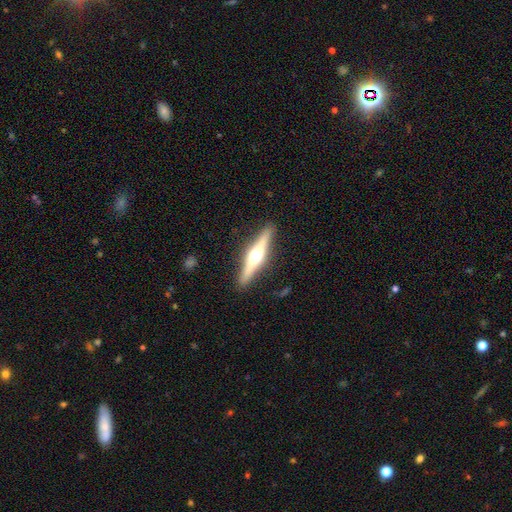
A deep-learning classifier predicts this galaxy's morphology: This is likely a featured or disk galaxy (72%). It is clearly viewed edge-on (97%). Edge-on bulge: clearly rounded (95%). Merging: clearly none (90%).